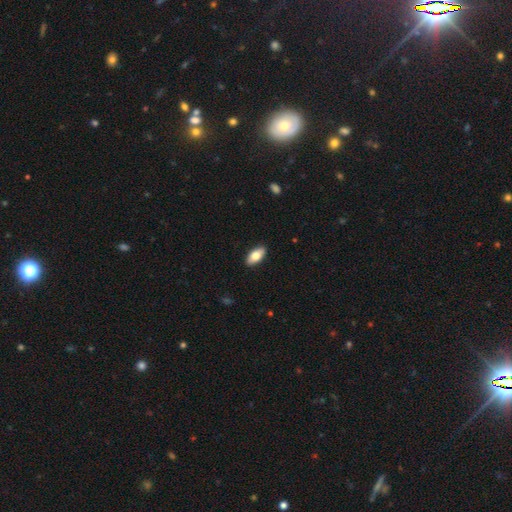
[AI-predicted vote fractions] This appears to be a smooth galaxy with no disk features (76%) that is in between round and cigar-shaped (88%). Merging: none (90%).